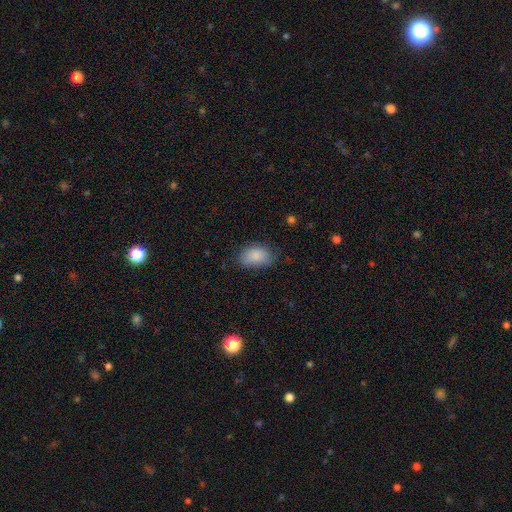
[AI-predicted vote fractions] A smooth galaxy with no disk features (87%) that is in between round and cigar-shaped (87%). Merging: none (72%).